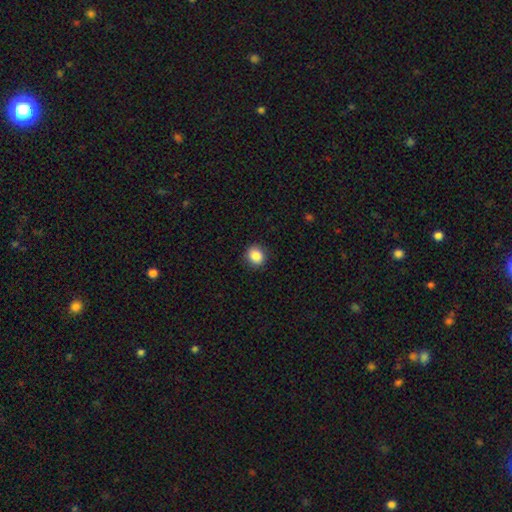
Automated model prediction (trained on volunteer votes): This is clearly a smooth galaxy (87%). How rounded: likely round (77%). Merging: clearly none (89%).